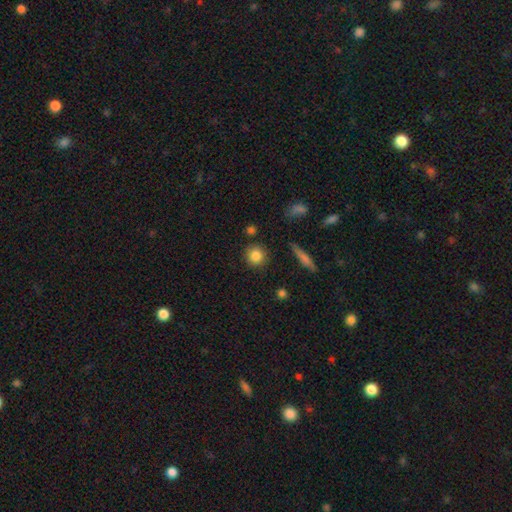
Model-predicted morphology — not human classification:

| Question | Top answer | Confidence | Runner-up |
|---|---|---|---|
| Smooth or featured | smooth | 84% | star or artifact (9%) |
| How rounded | round | 90% | in between (8%) |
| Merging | none | 87% | minor disturbance (8%) |